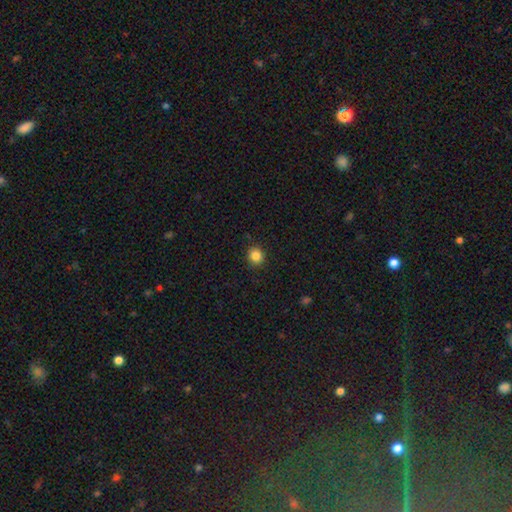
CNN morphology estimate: smooth 85%, star or artifact 11%, featured or disk 4%. Down the decision tree: how rounded — round (86%); merging — none (91%).